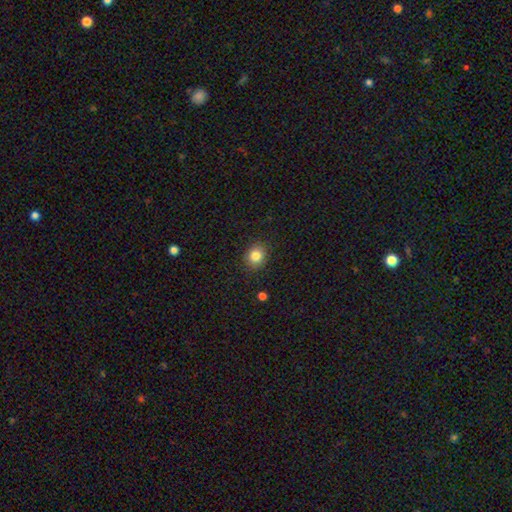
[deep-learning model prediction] smooth 83%, star or artifact 11%, featured or disk 7%. Down the decision tree: how rounded — round (77%); merging — none (88%).